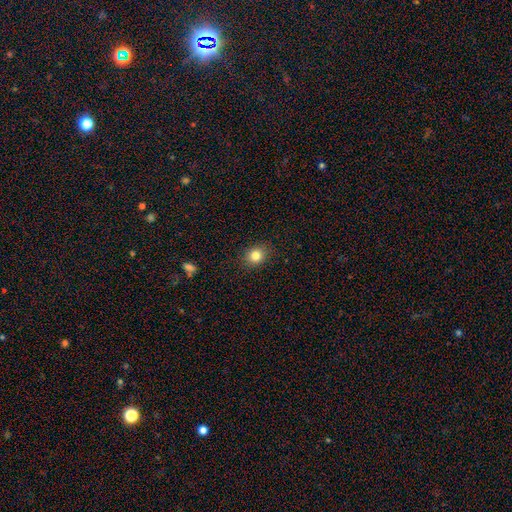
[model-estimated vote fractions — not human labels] Smooth or featured: smooth — 82% (star or artifact — 11%)
How rounded: round — 61% (in between — 38%)
Merging: none — 88% (minor disturbance — 9%)